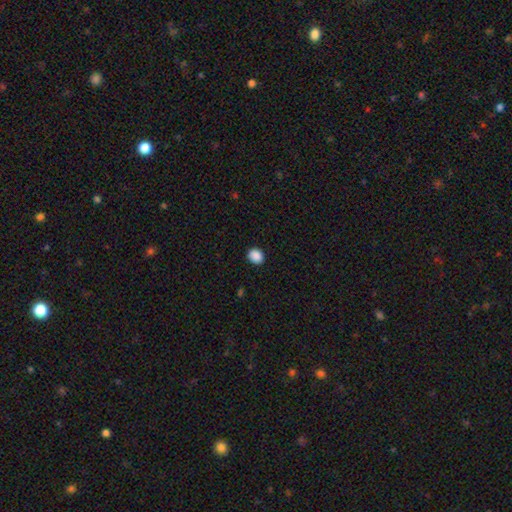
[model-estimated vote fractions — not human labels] This is clearly a smooth galaxy (89%). How rounded: likely round (63%). Merging: clearly none (91%).